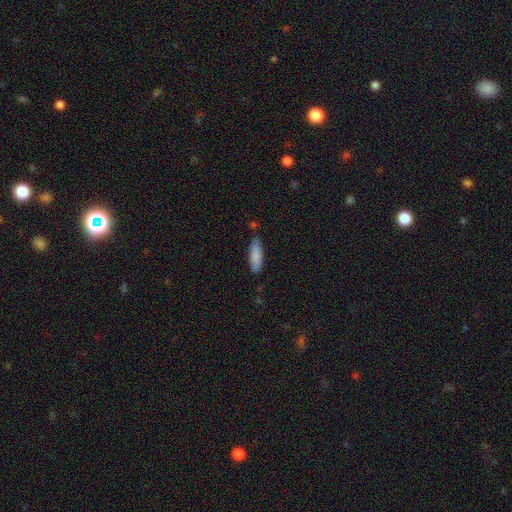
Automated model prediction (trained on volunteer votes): smooth_or_featured: smooth (p=0.86) [alt: featured or disk p=0.08]
how_rounded: in between (p=0.50) [alt: cigar-shaped p=0.49]
merging: none (p=0.77) [alt: minor disturbance p=0.17]